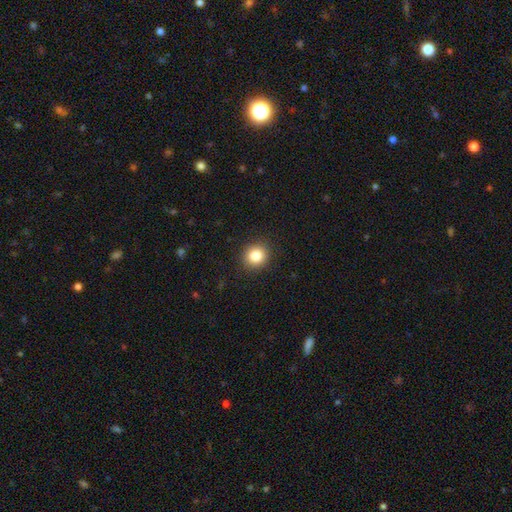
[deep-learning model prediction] The model was most divided on "how rounded": round: 84%, in between: 15%, cigar-shaped: 1%. More confident: merging — none (91%); smooth or featured — smooth (83%).